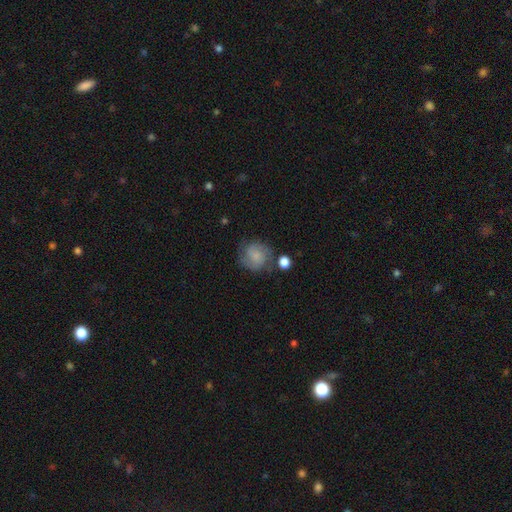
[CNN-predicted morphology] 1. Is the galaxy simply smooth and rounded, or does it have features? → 51% smooth, 40% featured or disk, 9% star or artifact.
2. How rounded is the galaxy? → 85% round, 14% in between, 1% cigar-shaped.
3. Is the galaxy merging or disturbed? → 63% none, 20% minor disturbance, 9% major disturbance, 8% merger.